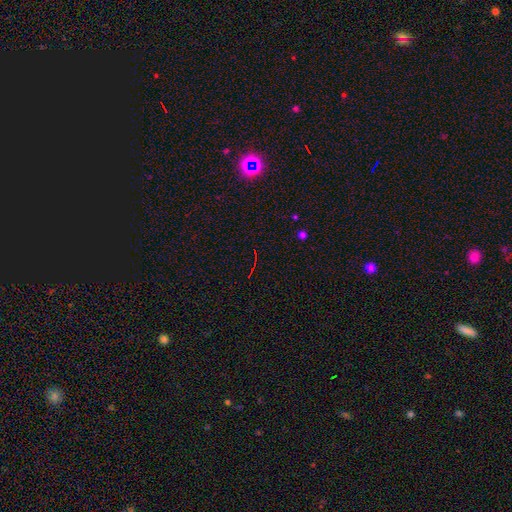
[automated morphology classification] This appears to be a star or artifact, not a galaxy (74%).